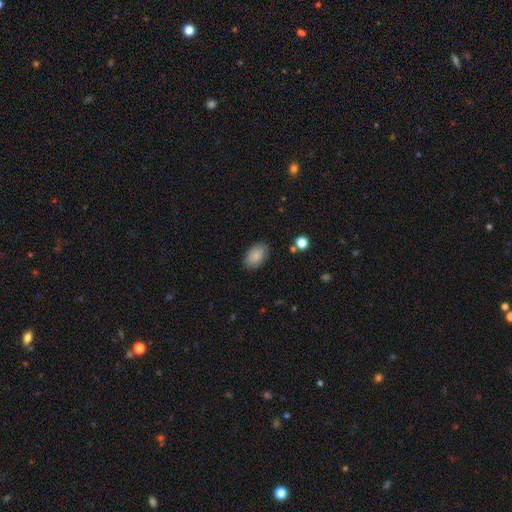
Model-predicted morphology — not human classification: type=smooth (85%); roundness=in between (91%); merging=none (85%).